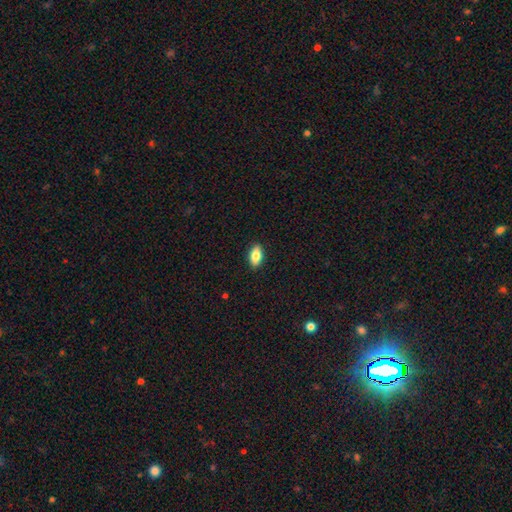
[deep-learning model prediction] The model was most divided on "smooth or featured": smooth: 80%, featured or disk: 13%, star or artifact: 7%. More confident: merging — none (90%); how rounded — in between (88%).